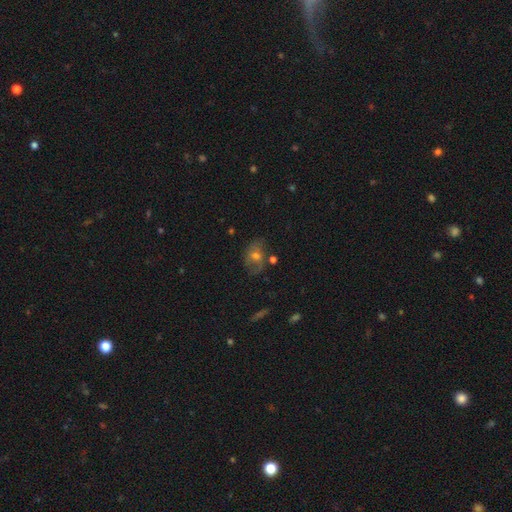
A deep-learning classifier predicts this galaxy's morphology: Smooth or featured? Predicted: featured or disk (p=0.43, tied with smooth). Merging? Predicted: none (p=0.62).